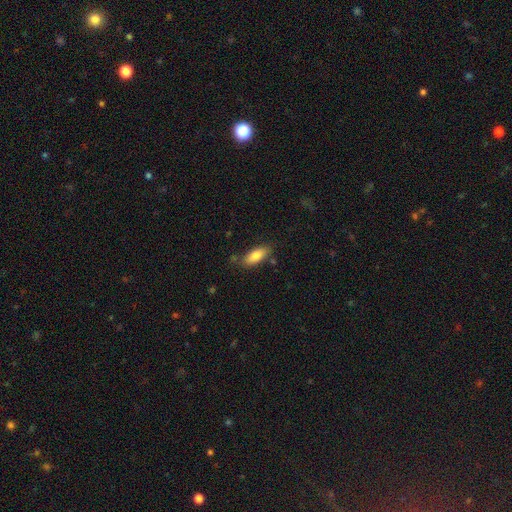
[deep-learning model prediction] smooth-or-featured: smooth: 83% | featured or disk: 10% | star or artifact: 7%
  how-rounded: in between: 78% | cigar-shaped: 20% | round: 2%
  merging: none: 78% | minor disturbance: 15% | merger: 4% | major disturbance: 3%